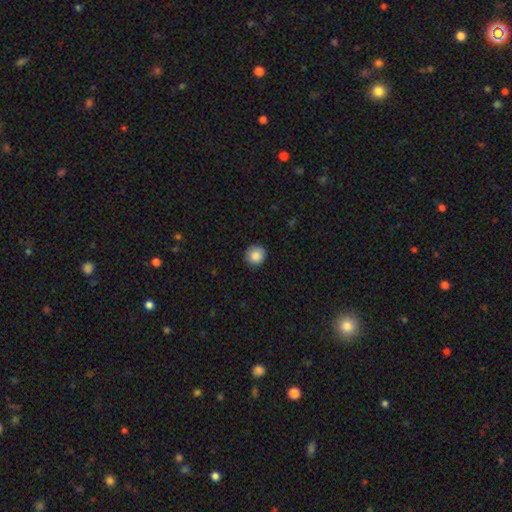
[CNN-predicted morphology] smooth_or_featured: smooth (p=0.87) [alt: star or artifact p=0.09]
how_rounded: round (p=0.93) [alt: in between p=0.07]
merging: none (p=0.89) [alt: minor disturbance p=0.08]